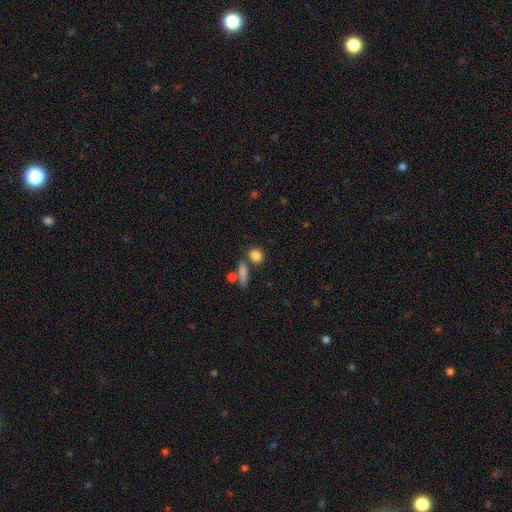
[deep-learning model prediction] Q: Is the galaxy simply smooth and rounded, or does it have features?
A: smooth — 84%.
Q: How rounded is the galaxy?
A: round — 62%.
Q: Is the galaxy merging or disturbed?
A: none — 70%.